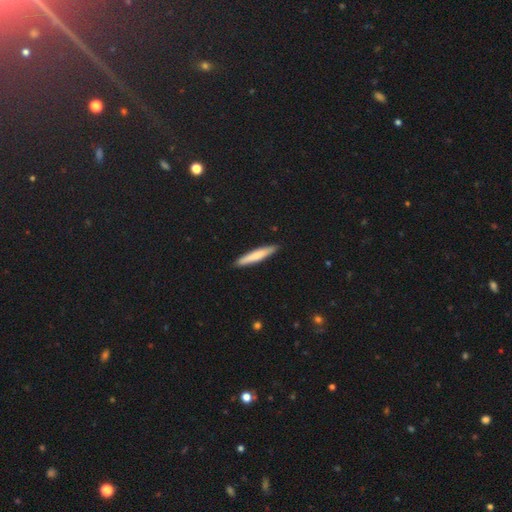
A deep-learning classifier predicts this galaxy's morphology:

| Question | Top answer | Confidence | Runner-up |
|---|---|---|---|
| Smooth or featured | smooth | 72% | featured or disk (23%) |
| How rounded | cigar-shaped | 93% | in between (6%) |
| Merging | none | 90% | minor disturbance (7%) |